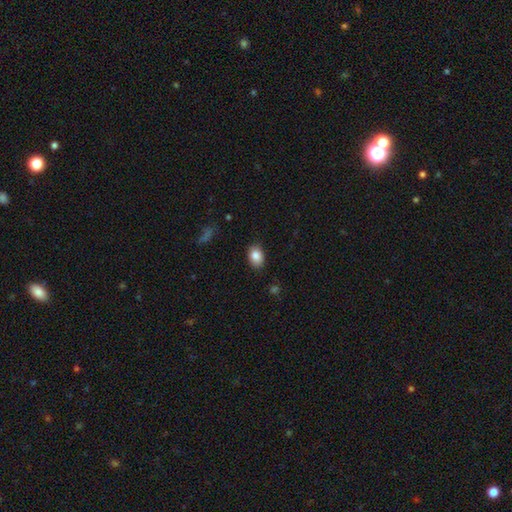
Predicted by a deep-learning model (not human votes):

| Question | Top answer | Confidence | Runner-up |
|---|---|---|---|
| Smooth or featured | smooth | 85% | star or artifact (8%) |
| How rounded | in between | 82% | round (17%) |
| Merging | none | 86% | minor disturbance (10%) |